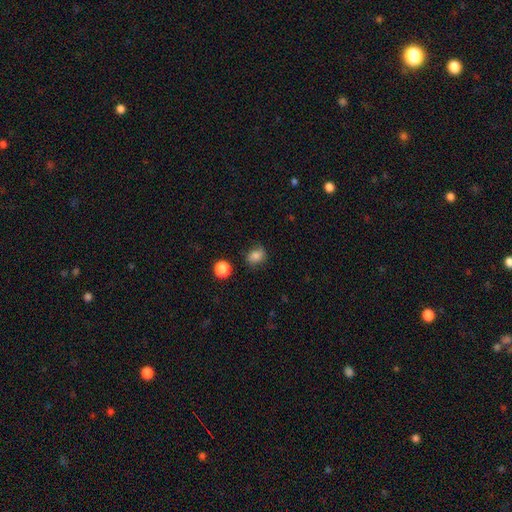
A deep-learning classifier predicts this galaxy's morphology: smooth 78%, star or artifact 12%, featured or disk 10%. Down the decision tree: how rounded — round (50%); merging — none (71%).